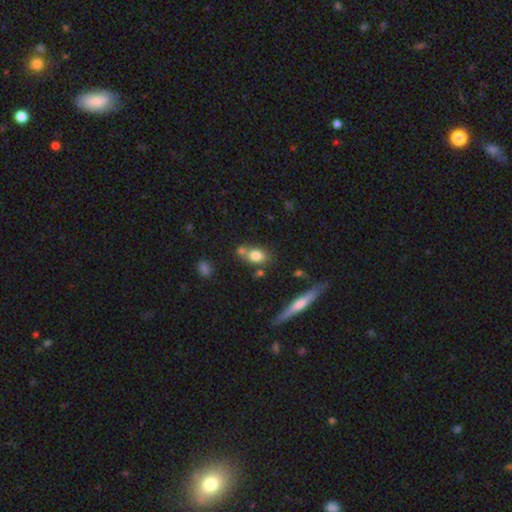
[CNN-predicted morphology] smooth 78%, featured or disk 13%, star or artifact 9%. Down the decision tree: how rounded — in between (74%); merging — none (55%).